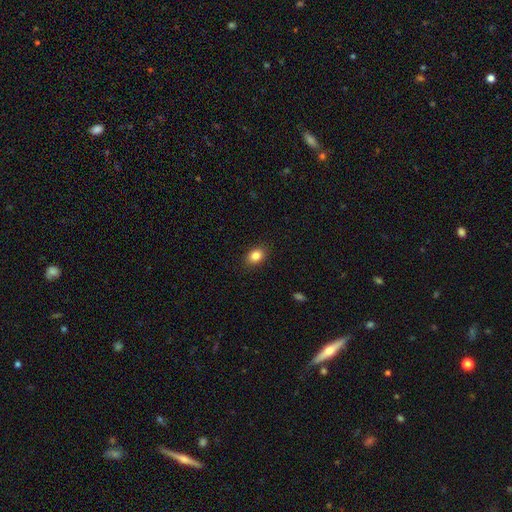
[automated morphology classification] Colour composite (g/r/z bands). It shows a smooth galaxy with no disk features (84%) that is in between round and cigar-shaped (72%). Merging: none (89%).